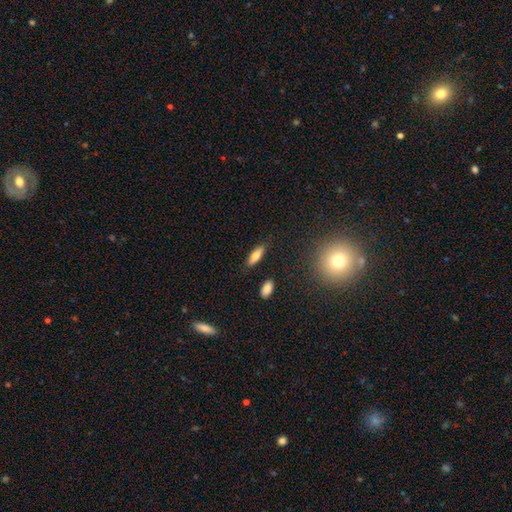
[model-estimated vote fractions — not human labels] Smooth or featured: smooth — 74% (featured or disk — 19%)
How rounded: in between — 61% (cigar-shaped — 36%)
Merging: none — 86% (minor disturbance — 10%)